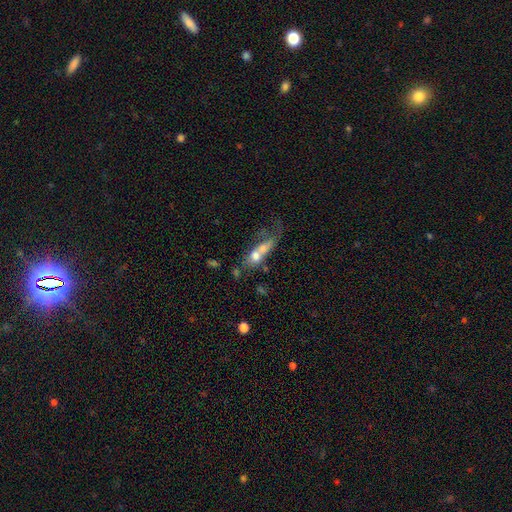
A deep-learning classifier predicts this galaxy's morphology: Q: Smooth or featured?
A: smooth (58%); runner-up: featured or disk (31%)
Q: How rounded?
A: in between (54%); runner-up: cigar-shaped (23%)
Q: Merging?
A: merger (54%); runner-up: major disturbance (21%)